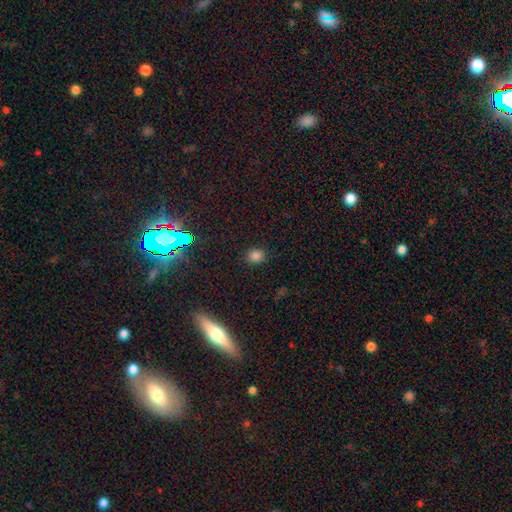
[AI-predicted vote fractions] Morphology: type=smooth (78%); roundness=round (65%); merging=none (87%).